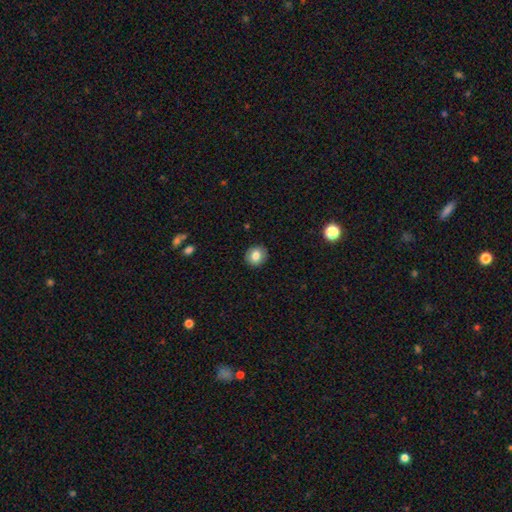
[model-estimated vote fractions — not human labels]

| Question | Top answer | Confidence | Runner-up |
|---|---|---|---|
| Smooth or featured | smooth | 80% | featured or disk (10%) |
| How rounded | round | 88% | in between (11%) |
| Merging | none | 91% | minor disturbance (7%) |